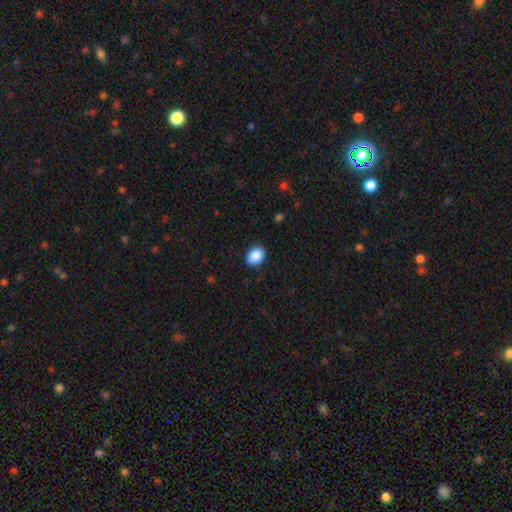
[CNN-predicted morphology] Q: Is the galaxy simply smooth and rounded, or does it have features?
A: smooth — 90%.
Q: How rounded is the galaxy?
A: in between — 78%.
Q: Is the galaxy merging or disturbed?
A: none — 87%.